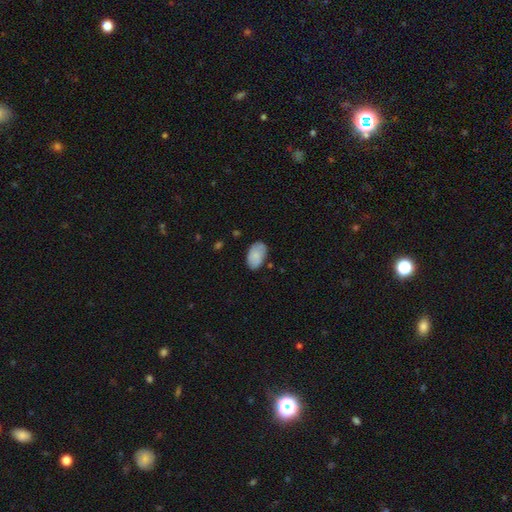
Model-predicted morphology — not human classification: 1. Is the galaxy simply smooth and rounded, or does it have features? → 80% smooth, 14% featured or disk, 6% star or artifact.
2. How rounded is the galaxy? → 93% in between, 5% round, 1% cigar-shaped.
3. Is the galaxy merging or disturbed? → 76% none, 19% minor disturbance, 3% major disturbance, 2% merger.